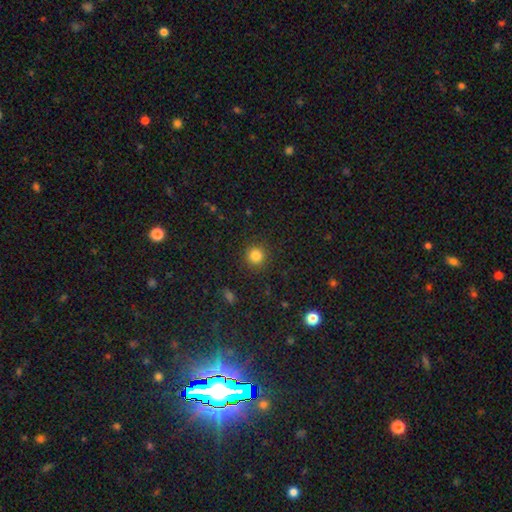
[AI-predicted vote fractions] Smooth or featured?
  - smooth: 83% *
  - star or artifact: 12%
  - featured or disk: 5%
How rounded?
  - round: 94% *
  - in between: 5%
  - cigar-shaped: 1%
Merging?
  - none: 90% *
  - minor disturbance: 6%
  - major disturbance: 2%
  - merger: 1%